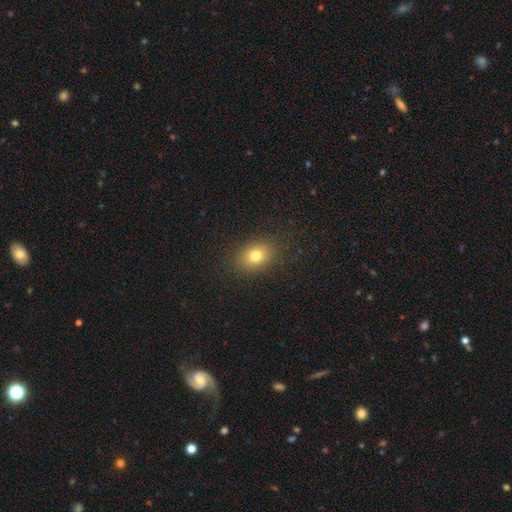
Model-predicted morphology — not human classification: Smooth or featured: smooth — 77% (star or artifact — 13%)
How rounded: in between — 61% (round — 38%)
Merging: none — 86% (minor disturbance — 9%)